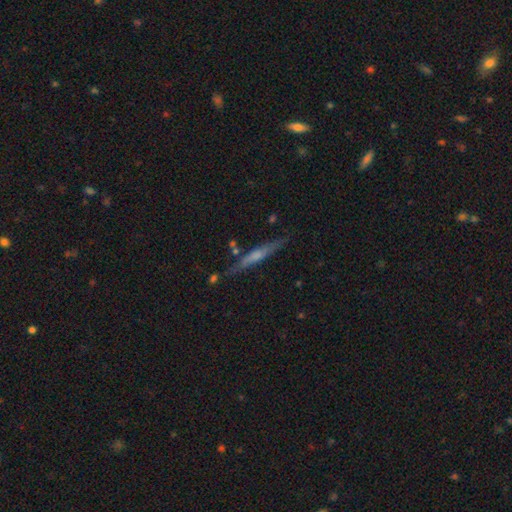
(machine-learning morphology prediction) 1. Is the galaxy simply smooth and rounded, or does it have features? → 56% featured or disk, 36% smooth, 7% star or artifact.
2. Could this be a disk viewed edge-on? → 95% yes, 5% no.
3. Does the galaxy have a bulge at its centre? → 45% rounded, 38% none, 16% boxy.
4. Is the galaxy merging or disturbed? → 78% none, 14% minor disturbance, 5% merger, 3% major disturbance.